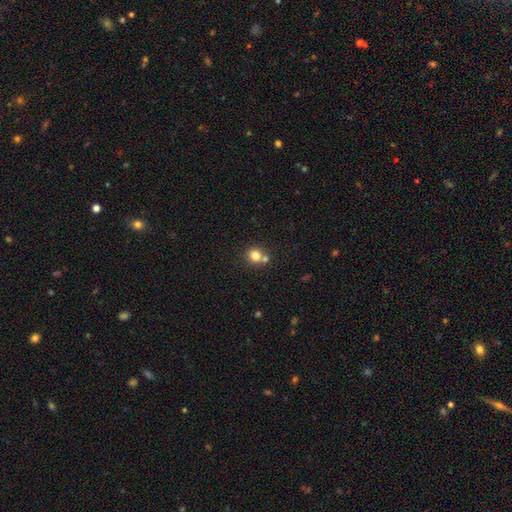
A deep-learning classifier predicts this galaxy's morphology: Smooth or featured? Predicted: smooth (p=0.79). How rounded? Predicted: round (p=0.88). Merging? Predicted: none (p=0.60).